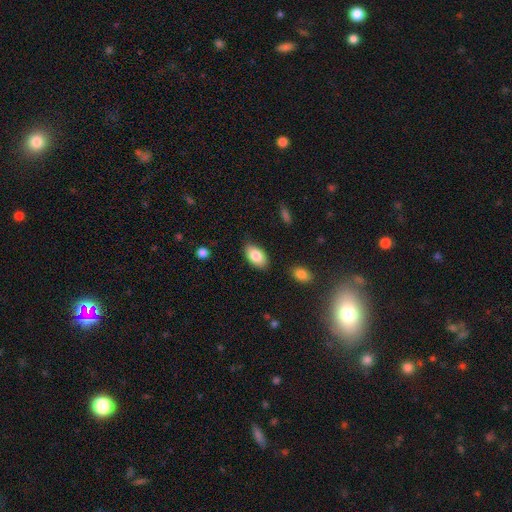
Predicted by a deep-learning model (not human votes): A smooth galaxy with no disk features (84%) that is in between round and cigar-shaped (94%). Merging: none (84%).